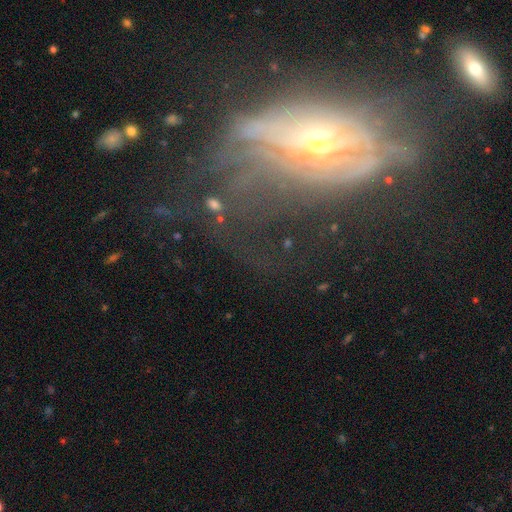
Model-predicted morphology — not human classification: This appears to be a featured or disk galaxy (67%) with no bar (69%), no spiral arms (59%) and a moderate central bulge (49%). Merging: major disturbance (42%).